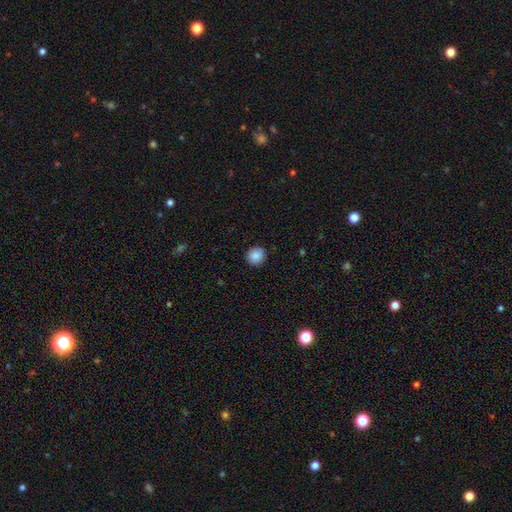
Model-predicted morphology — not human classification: A smooth galaxy with no disk features (88%) that is round (91%). Merging: none (90%).